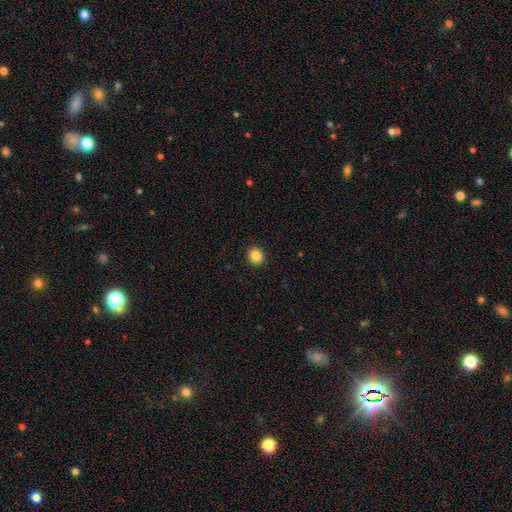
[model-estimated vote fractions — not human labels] smooth-or-featured: smooth: 86% | star or artifact: 10% | featured or disk: 4%
  how-rounded: round: 79% | in between: 20% | cigar-shaped: 1%
  merging: none: 92% | minor disturbance: 5% | major disturbance: 2% | merger: 1%